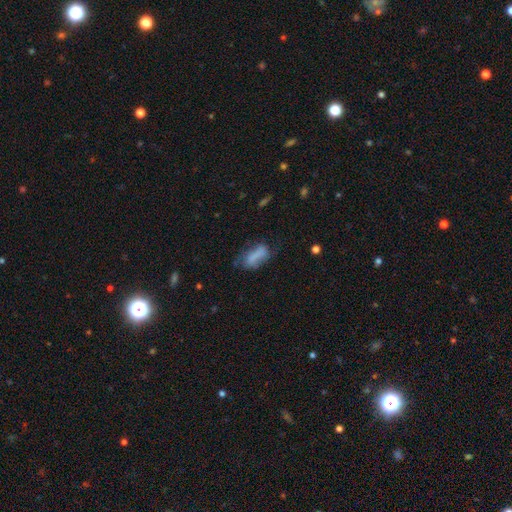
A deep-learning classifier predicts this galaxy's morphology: smooth-or-featured: smooth: 68% | featured or disk: 23% | star or artifact: 10%
  how-rounded: in between: 73% | cigar-shaped: 23% | round: 4%
  merging: none: 44% | minor disturbance: 32% | major disturbance: 19% | merger: 5%